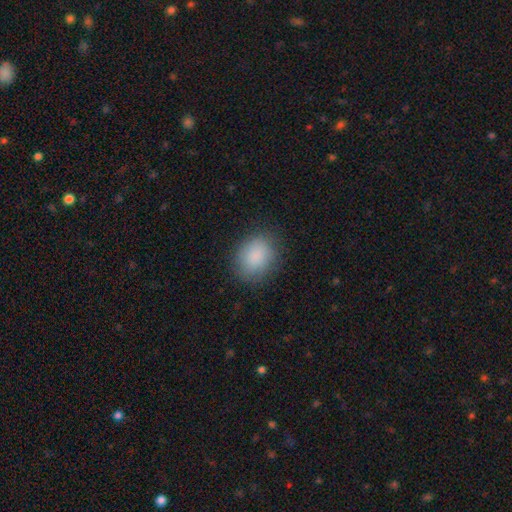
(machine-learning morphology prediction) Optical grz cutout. It shows a smooth galaxy with no disk features (87%) that is round (55%). Merging: none (82%).